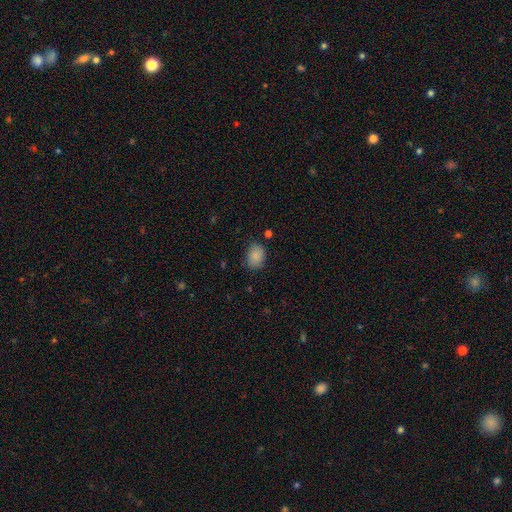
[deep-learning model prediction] This is clearly a smooth galaxy (87%). How rounded: likely in between (69%). Merging: likely none (76%).